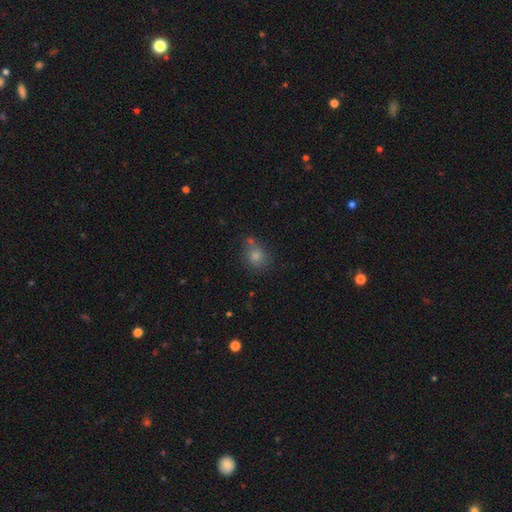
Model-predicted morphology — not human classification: type=smooth (77%); roundness=round (59%); merging=none (55%).